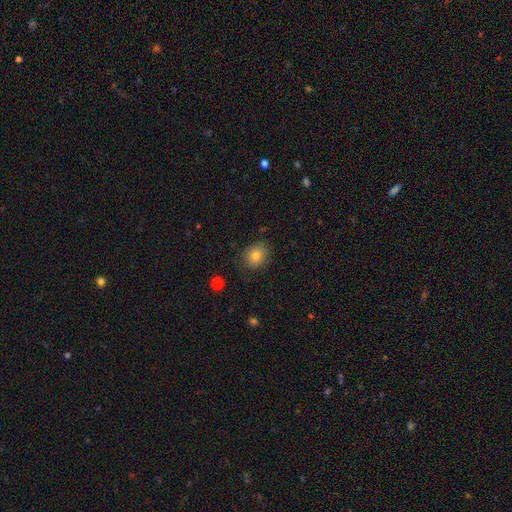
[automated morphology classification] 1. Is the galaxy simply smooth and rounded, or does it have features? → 81% smooth, 11% star or artifact, 8% featured or disk.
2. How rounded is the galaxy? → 61% round, 39% in between, 1% cigar-shaped.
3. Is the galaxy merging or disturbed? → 83% none, 13% minor disturbance, 3% major disturbance, 1% merger.